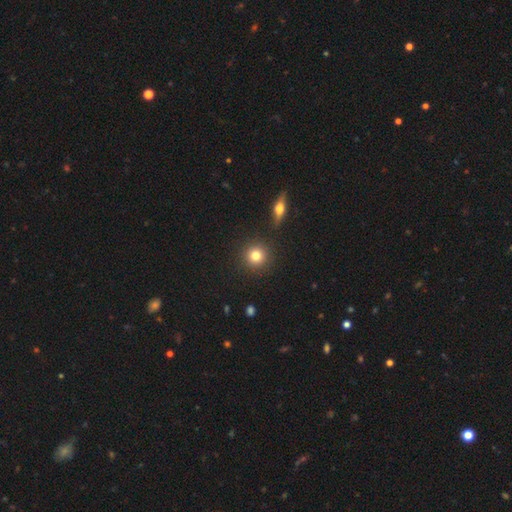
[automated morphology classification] Smooth or featured? Predicted: smooth (p=0.81). How rounded? Predicted: round (p=0.94). Merging? Predicted: none (p=0.90).